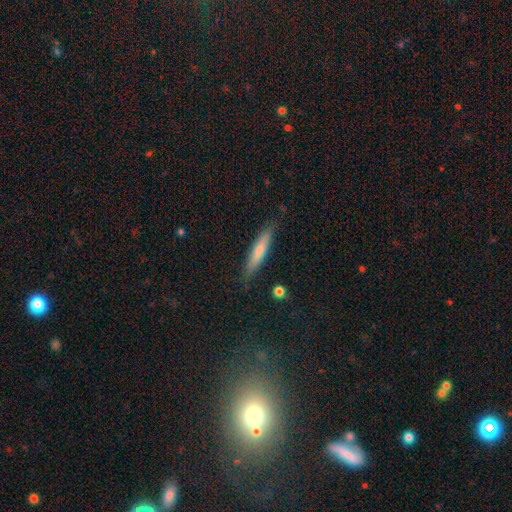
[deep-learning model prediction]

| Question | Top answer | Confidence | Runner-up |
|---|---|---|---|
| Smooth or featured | smooth | 70% | featured or disk (24%) |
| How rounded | cigar-shaped | 90% | in between (8%) |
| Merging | none | 86% | minor disturbance (10%) |